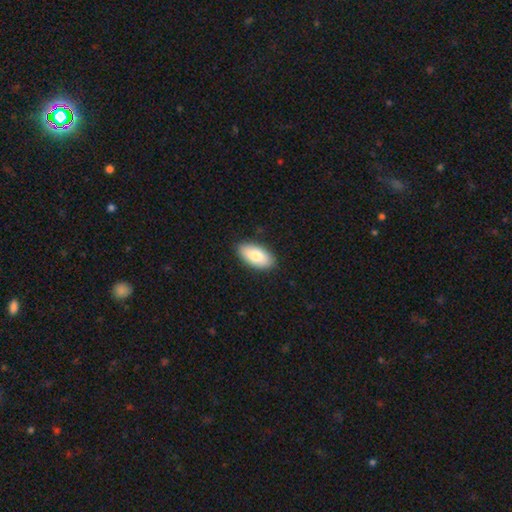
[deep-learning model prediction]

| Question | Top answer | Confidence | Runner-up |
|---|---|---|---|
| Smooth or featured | smooth | 82% | featured or disk (13%) |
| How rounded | in between | 93% | cigar-shaped (4%) |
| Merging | none | 89% | minor disturbance (8%) |